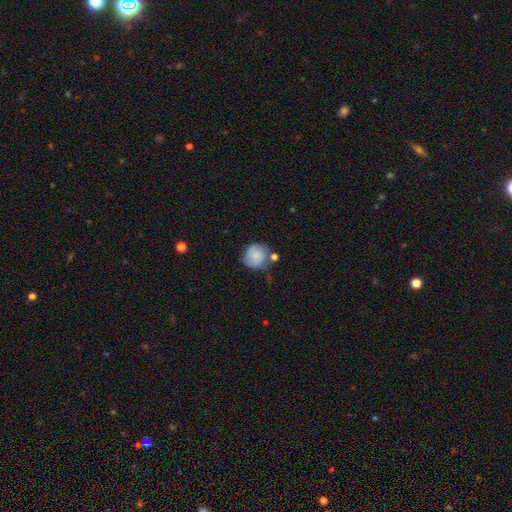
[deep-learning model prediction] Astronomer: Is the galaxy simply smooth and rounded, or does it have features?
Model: smooth — 68%.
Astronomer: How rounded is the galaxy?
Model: round — 85%.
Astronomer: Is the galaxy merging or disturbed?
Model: none — 55%.